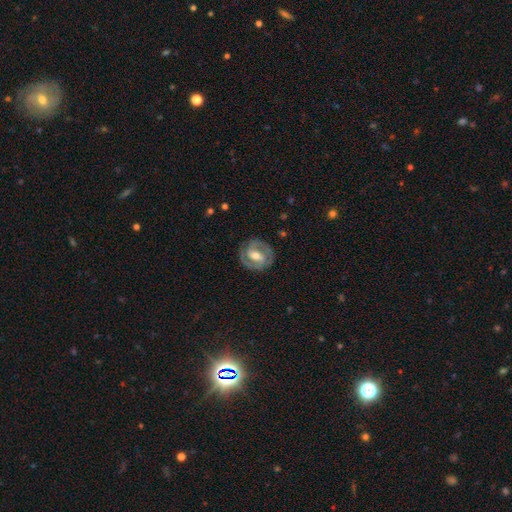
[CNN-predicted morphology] smooth-or-featured: featured or disk: 78% | smooth: 17% | star or artifact: 5%
  disk-edge-on: no: 97% | yes: 3%
    bar: weak: 43% | strong: 35% | no: 22%
    has-spiral-arms: yes: 84% | no: 16%
      spiral-winding: tight: 52% | medium: 38% | loose: 10%
      spiral-arm-count: 2: 84% | can't tell: 8% | 1: 4% | 3: 2% | 4: 1% | more than 4: 1%
    bulge-size: moderate: 66% | small: 24% | large: 7% | none: 1% | dominant: 1%
  merging: none: 82% | minor disturbance: 12% | major disturbance: 5% | merger: 1%